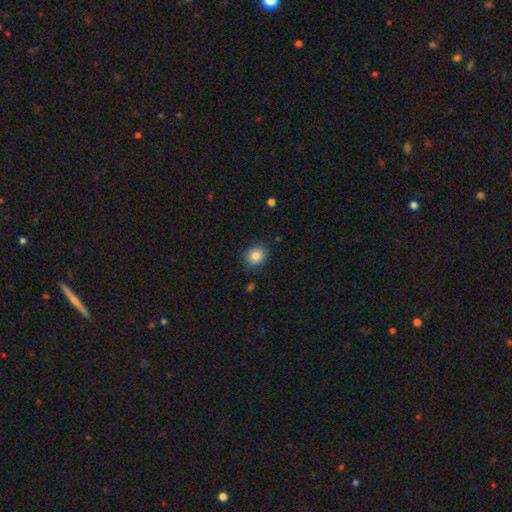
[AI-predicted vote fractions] This is clearly a smooth galaxy (85%). How rounded: likely round (77%). Merging: clearly none (87%).